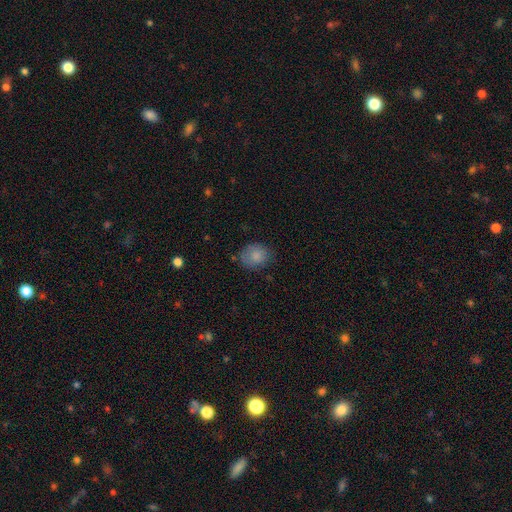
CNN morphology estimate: Overall: smooth (84%). How rounded: round (62%; in between 37%). Merging: none (74%).